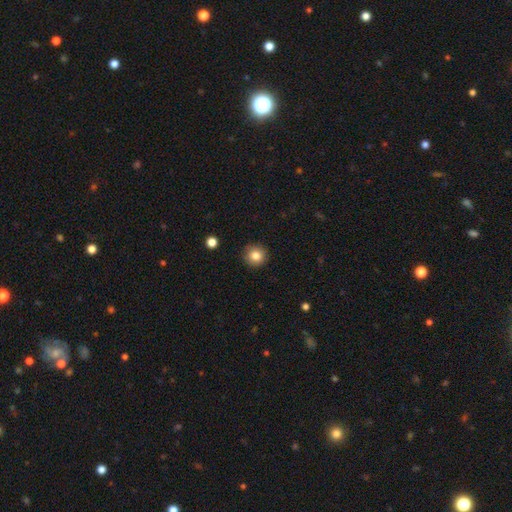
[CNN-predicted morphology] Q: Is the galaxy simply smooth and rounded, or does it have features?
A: smooth — 83%.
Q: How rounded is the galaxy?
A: round — 94%.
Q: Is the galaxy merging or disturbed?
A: none — 91%.